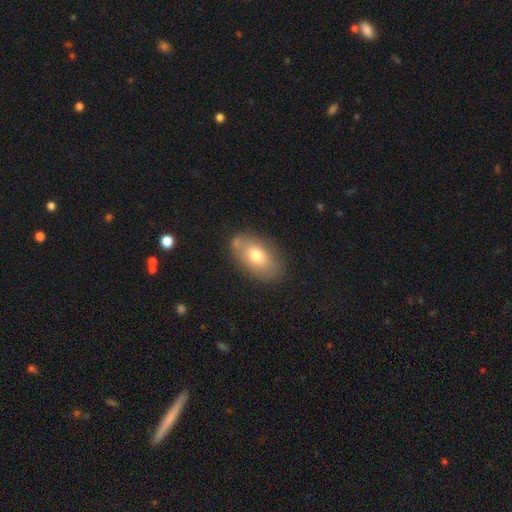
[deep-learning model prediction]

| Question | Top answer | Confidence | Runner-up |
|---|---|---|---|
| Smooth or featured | smooth | 71% | featured or disk (22%) |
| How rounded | in between | 90% | round (8%) |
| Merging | none | 73% | minor disturbance (16%) |